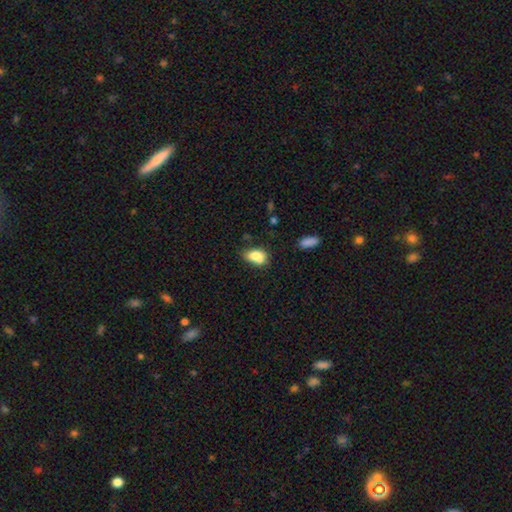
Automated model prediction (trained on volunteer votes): smooth-or-featured: smooth: 81% | featured or disk: 10% | star or artifact: 9%
  how-rounded: in between: 85% | round: 13% | cigar-shaped: 3%
  merging: none: 49% | minor disturbance: 29% | merger: 14% | major disturbance: 8%